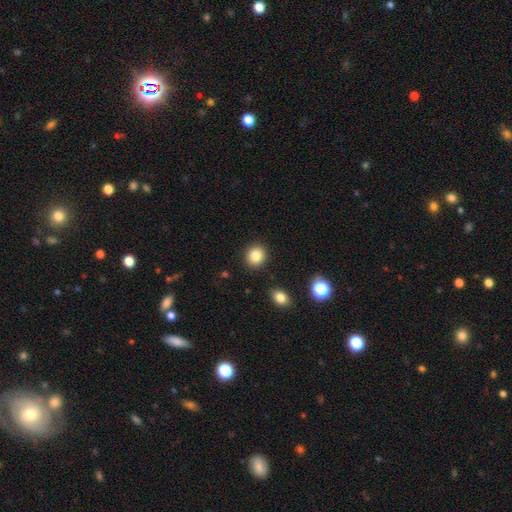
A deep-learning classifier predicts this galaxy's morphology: smooth 84%, star or artifact 10%, featured or disk 6%. Down the decision tree: how rounded — round (79%); merging — none (89%).